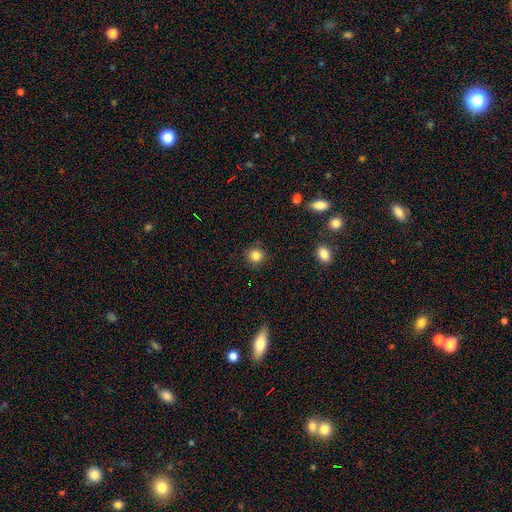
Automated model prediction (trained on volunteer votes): Morphology: type=smooth (84%); roundness=round (91%); merging=none (90%).